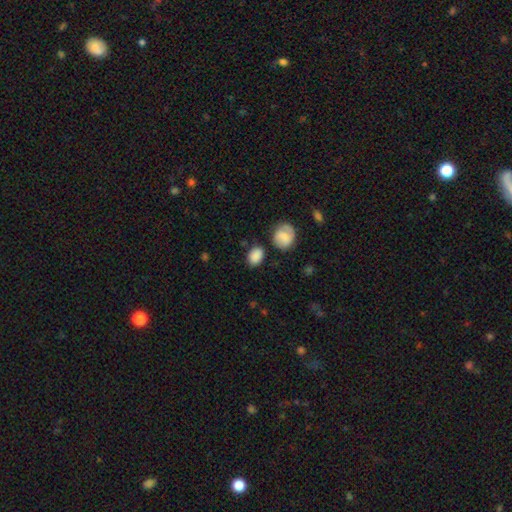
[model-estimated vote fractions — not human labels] smooth-or-featured: smooth: 86% | star or artifact: 8% | featured or disk: 6%
  how-rounded: in between: 72% | round: 26% | cigar-shaped: 1%
  merging: none: 74% | minor disturbance: 15% | merger: 7% | major disturbance: 4%